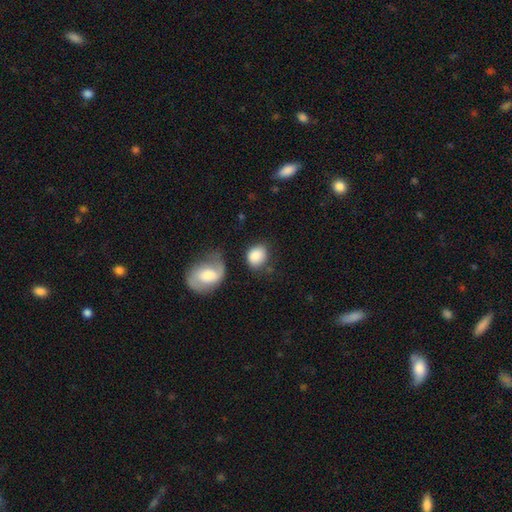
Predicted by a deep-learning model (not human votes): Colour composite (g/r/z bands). It shows a smooth galaxy with no disk features (84%) that is in between round and cigar-shaped (53%). Merging: none (57%).